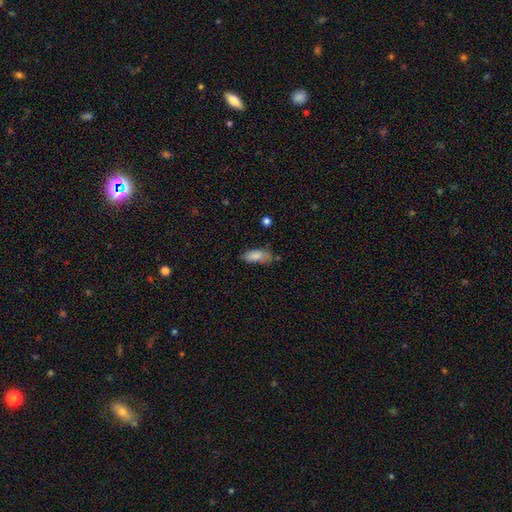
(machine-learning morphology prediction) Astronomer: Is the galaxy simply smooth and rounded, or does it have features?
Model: smooth — 85%.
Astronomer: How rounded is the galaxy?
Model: in between — 82%.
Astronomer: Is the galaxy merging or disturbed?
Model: none — 58%.